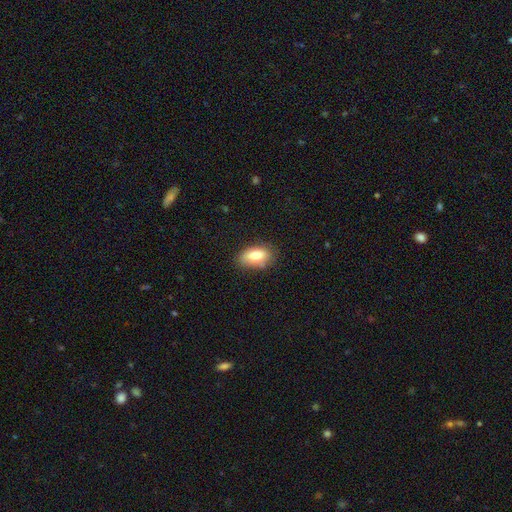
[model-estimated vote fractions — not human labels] Smooth or featured?
  - smooth: 79% *
  - featured or disk: 13%
  - star or artifact: 8%
How rounded?
  - in between: 91% *
  - round: 6%
  - cigar-shaped: 3%
Merging?
  - none: 77% *
  - minor disturbance: 17%
  - major disturbance: 3%
  - merger: 2%